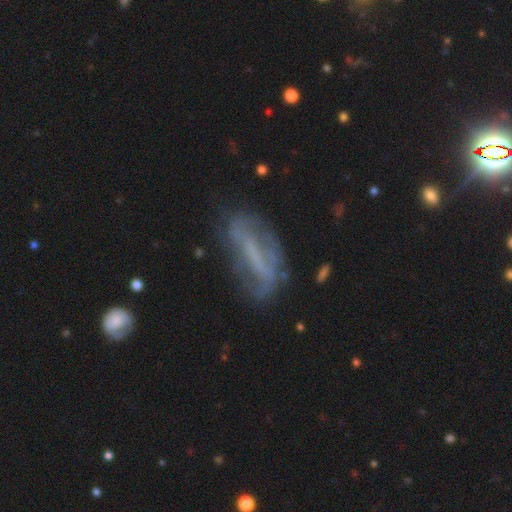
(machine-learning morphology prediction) This appears to be a featured or disk galaxy (58%). Merging: none (60%).